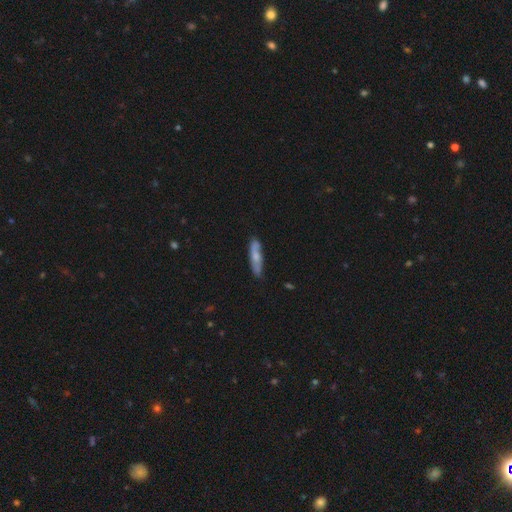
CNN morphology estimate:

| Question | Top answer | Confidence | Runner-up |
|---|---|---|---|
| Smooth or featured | smooth | 54% | featured or disk (40%) |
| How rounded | cigar-shaped | 74% | in between (24%) |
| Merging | none | 76% | minor disturbance (18%) |